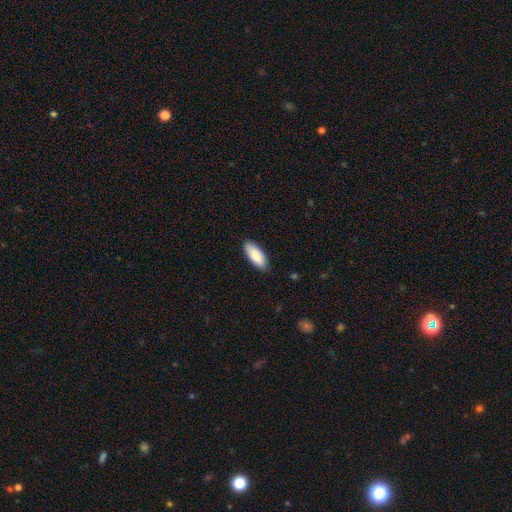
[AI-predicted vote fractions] Q: Smooth or featured?
A: smooth (86%); runner-up: featured or disk (8%)
Q: How rounded?
A: in between (82%); runner-up: cigar-shaped (17%)
Q: Merging?
A: none (87%); runner-up: minor disturbance (11%)